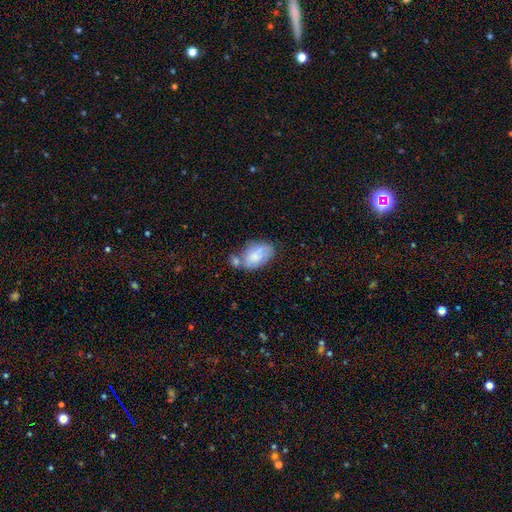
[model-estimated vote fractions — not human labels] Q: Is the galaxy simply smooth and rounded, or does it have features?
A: smooth — 68%.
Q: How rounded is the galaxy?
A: in between — 91%.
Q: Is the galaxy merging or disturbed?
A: none — 36%.